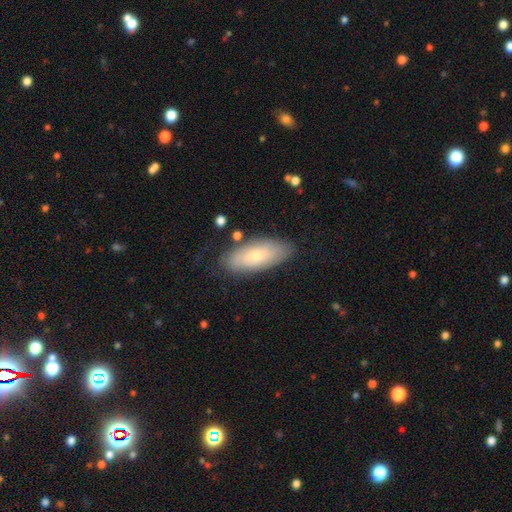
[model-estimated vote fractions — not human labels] Smooth or featured?
  - smooth: 56% *
  - featured or disk: 38%
  - star or artifact: 7%
How rounded?
  - in between: 83% *
  - cigar-shaped: 15%
  - round: 3%
Merging?
  - none: 78% *
  - minor disturbance: 16%
  - major disturbance: 4%
  - merger: 2%